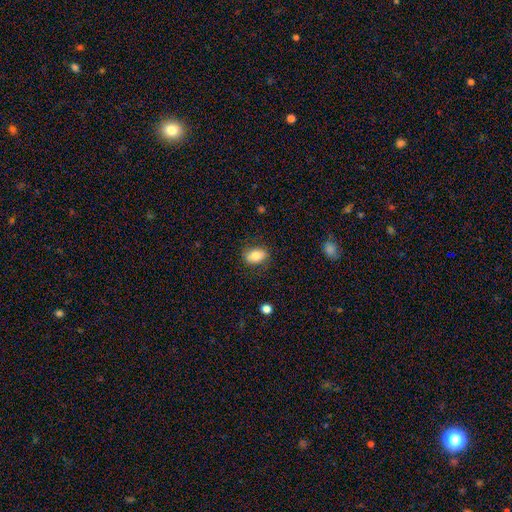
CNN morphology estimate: Overall: smooth (81%). How rounded: in between (83%). Merging: none (82%).